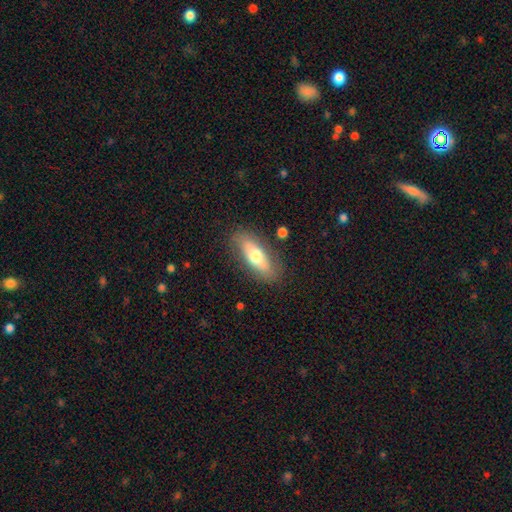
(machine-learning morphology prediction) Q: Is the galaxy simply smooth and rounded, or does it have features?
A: smooth — 60%.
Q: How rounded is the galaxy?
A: in between — 69%.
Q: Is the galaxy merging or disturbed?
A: none — 81%.